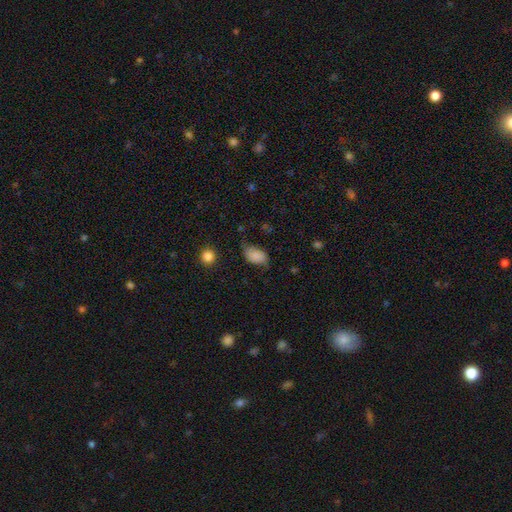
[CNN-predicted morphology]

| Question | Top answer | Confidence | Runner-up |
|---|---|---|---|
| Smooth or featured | smooth | 78% | featured or disk (14%) |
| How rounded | in between | 89% | round (9%) |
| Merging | none | 55% | minor disturbance (34%) |